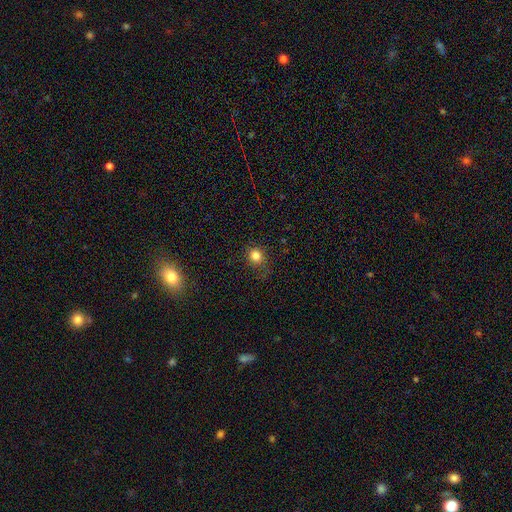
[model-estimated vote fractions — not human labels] Smooth or featured? smooth (82%)
How rounded? round (74%)
Merging? none (78%)